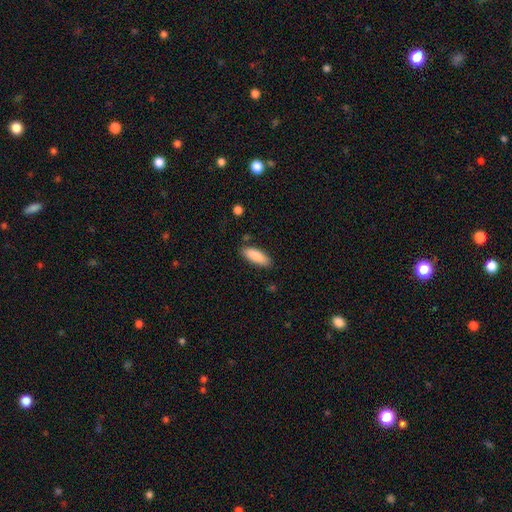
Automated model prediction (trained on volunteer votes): Smooth or featured: smooth — 87% (featured or disk — 7%)
How rounded: in between — 67% (cigar-shaped — 31%)
Merging: none — 84% (minor disturbance — 11%)